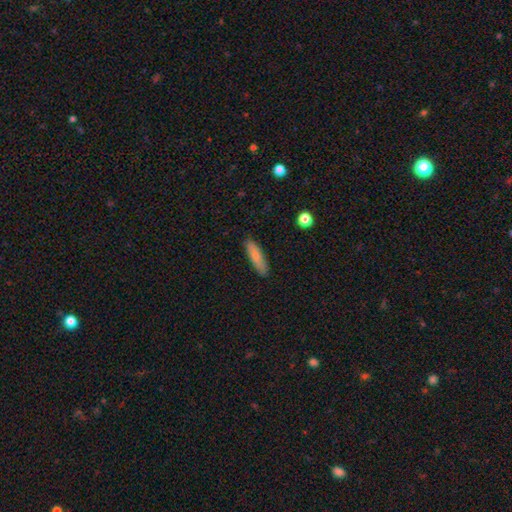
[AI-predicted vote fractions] smooth-or-featured: smooth: 79% | featured or disk: 15% | star or artifact: 7%
  how-rounded: cigar-shaped: 71% | in between: 27% | round: 2%
  merging: none: 87% | minor disturbance: 10% | major disturbance: 2% | merger: 1%